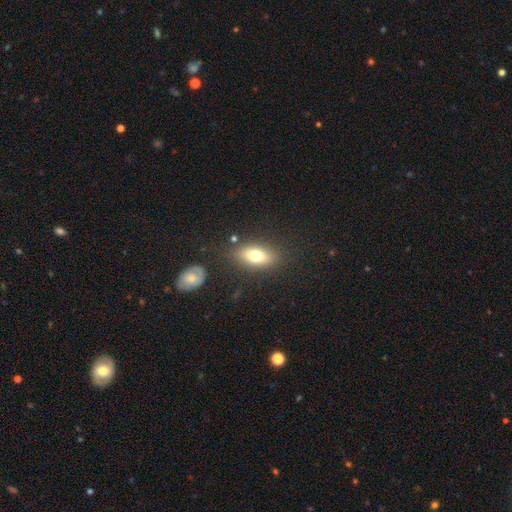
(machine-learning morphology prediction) Smooth or featured: smooth — 72% (featured or disk — 19%)
How rounded: in between — 80% (cigar-shaped — 12%)
Merging: none — 80% (minor disturbance — 12%)